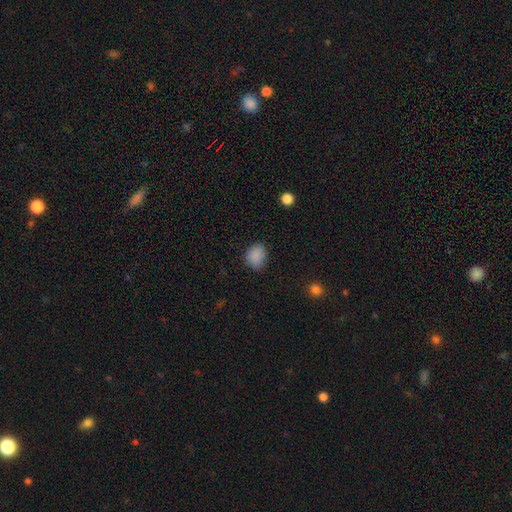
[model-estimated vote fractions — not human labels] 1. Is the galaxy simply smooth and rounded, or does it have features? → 87% smooth, 10% star or artifact, 4% featured or disk.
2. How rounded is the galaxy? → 54% in between, 45% round, 1% cigar-shaped.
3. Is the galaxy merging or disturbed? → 78% none, 17% minor disturbance, 4% major disturbance, 1% merger.